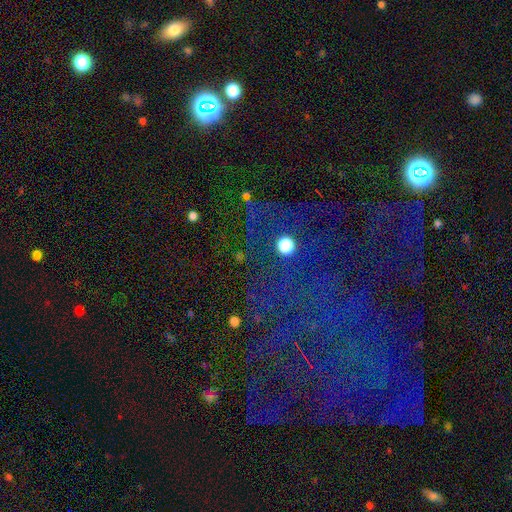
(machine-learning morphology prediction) This is likely a star or artifact rather than a galaxy (69%).